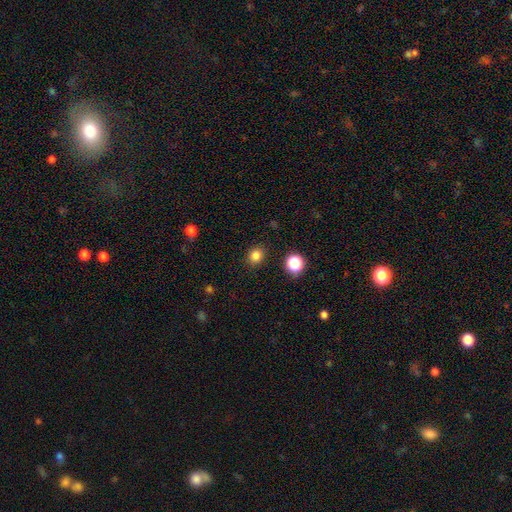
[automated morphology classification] Q: Smooth or featured?
A: smooth (83%); runner-up: star or artifact (13%)
Q: How rounded?
A: round (72%); runner-up: in between (27%)
Q: Merging?
A: none (89%); runner-up: minor disturbance (7%)